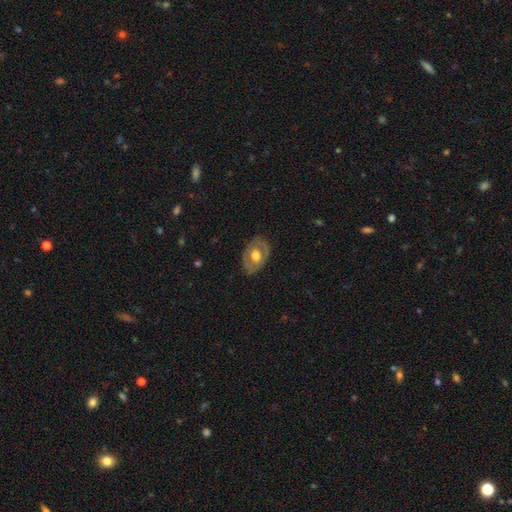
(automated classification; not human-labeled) This appears to be a featured or disk galaxy (52%). Merging: none (77%).